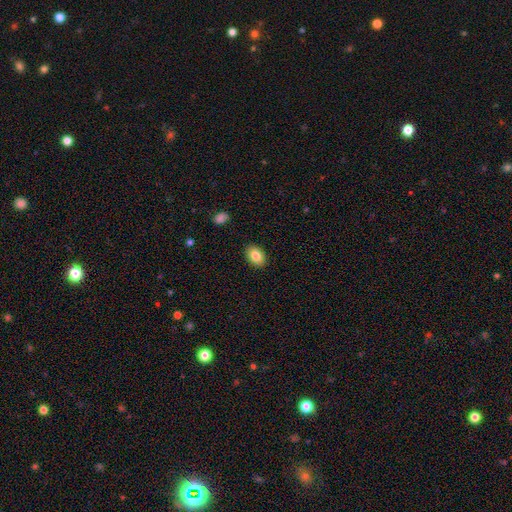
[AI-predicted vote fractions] smooth 85%, star or artifact 8%, featured or disk 7%. Down the decision tree: how rounded — in between (83%); merging — none (89%).